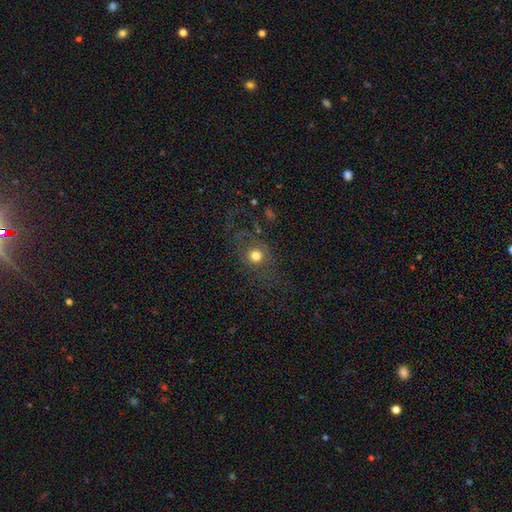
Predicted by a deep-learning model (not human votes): This appears to be a smooth galaxy with no disk features (55%) that is round (71%). Merging: none (64%).